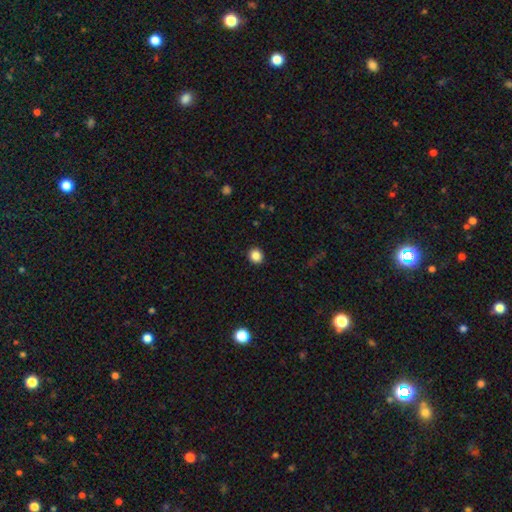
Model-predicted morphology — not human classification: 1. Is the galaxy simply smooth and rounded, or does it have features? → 86% smooth, 10% star or artifact, 3% featured or disk.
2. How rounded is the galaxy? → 84% round, 15% in between, 1% cigar-shaped.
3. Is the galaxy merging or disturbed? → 92% none, 5% minor disturbance, 2% major disturbance, 1% merger.